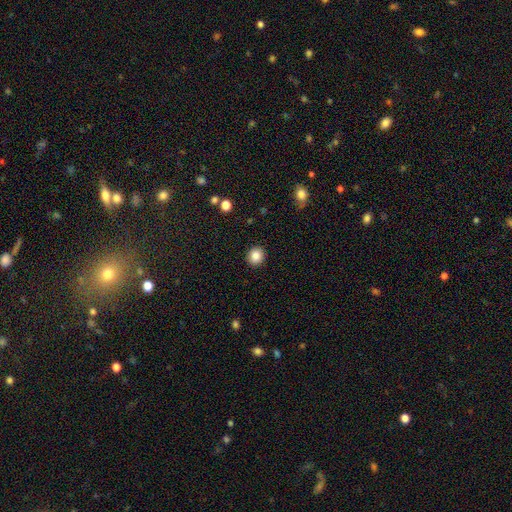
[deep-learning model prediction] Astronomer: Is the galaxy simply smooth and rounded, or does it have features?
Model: smooth — 85%.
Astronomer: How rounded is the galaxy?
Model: round — 84%.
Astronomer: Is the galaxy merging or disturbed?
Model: none — 92%.